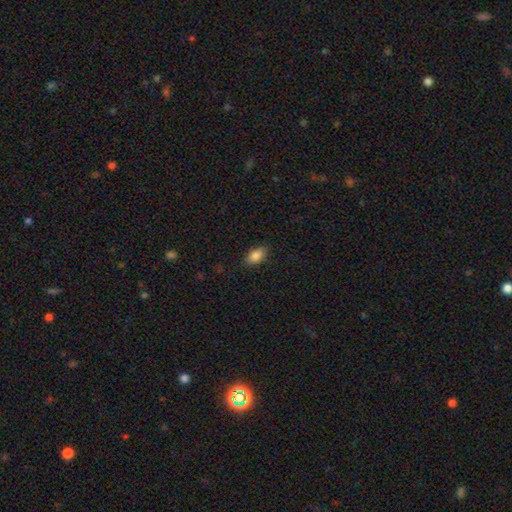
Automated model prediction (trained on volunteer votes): Q: Smooth or featured?
A: smooth (87%); runner-up: star or artifact (8%)
Q: How rounded?
A: in between (91%); runner-up: round (5%)
Q: Merging?
A: none (85%); runner-up: minor disturbance (11%)